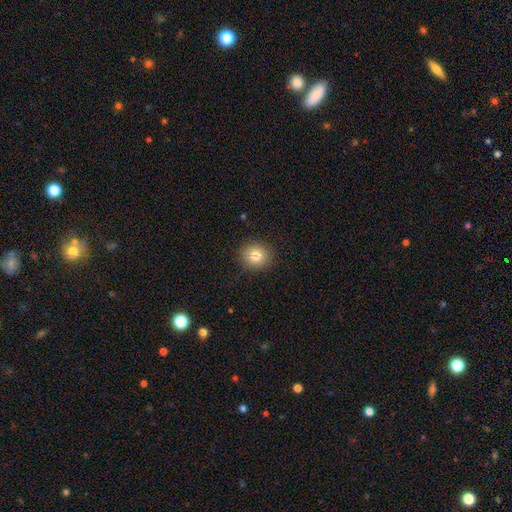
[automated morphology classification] Smooth or featured? smooth (81%)
How rounded? round (84%)
Merging? none (90%)